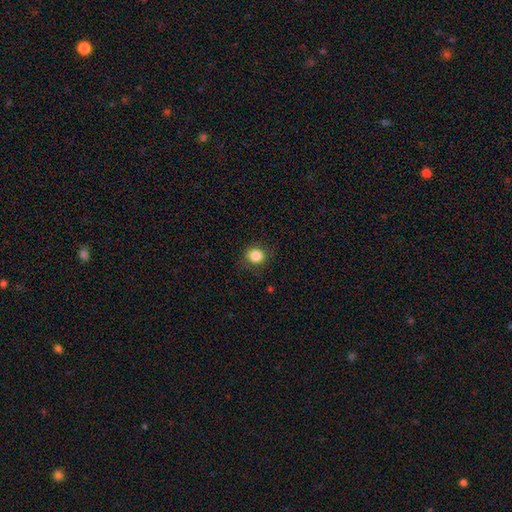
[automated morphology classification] This appears to be a smooth galaxy with no disk features (86%) that is round (82%). Merging: none (85%).